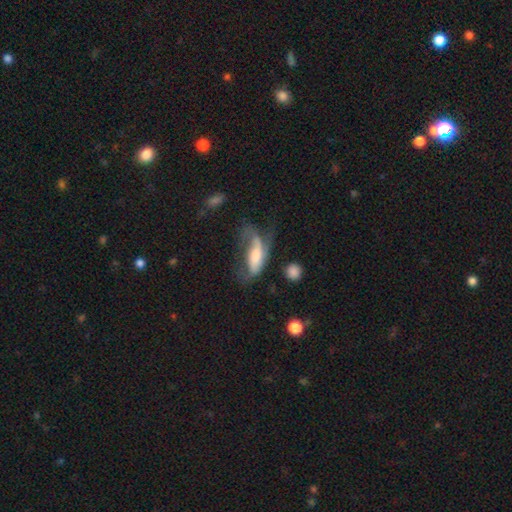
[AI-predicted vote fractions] smooth-or-featured: featured or disk: 52% | smooth: 40% | star or artifact: 8%
  disk-edge-on: no: 82% | yes: 18%
  merging: major disturbance: 42% | none: 30% | minor disturbance: 23% | merger: 5%